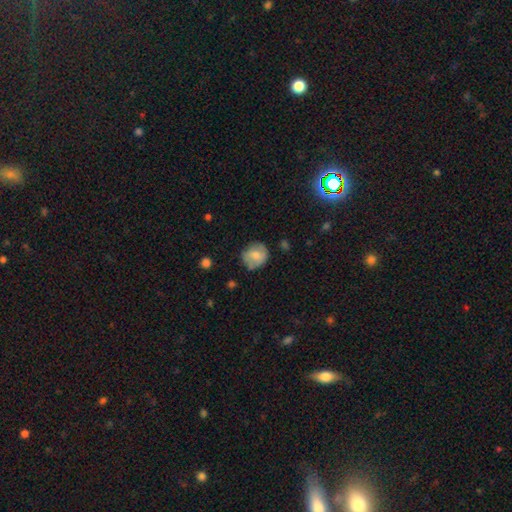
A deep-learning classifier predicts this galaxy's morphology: Smooth or featured?
  - smooth: 71% *
  - featured or disk: 21%
  - star or artifact: 8%
How rounded?
  - round: 79% *
  - in between: 20%
  - cigar-shaped: 1%
Merging?
  - none: 72% *
  - minor disturbance: 21%
  - major disturbance: 5%
  - merger: 2%